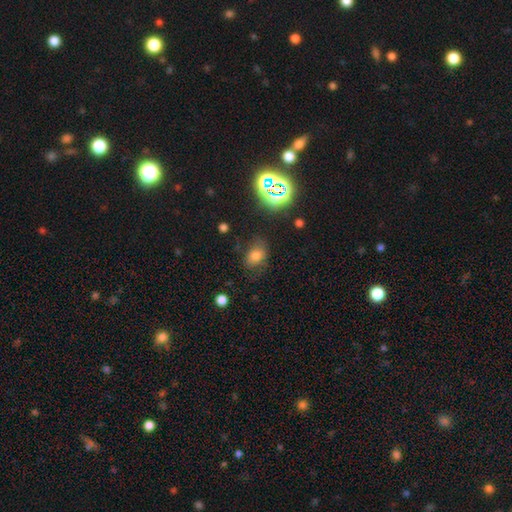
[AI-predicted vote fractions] This is likely a smooth galaxy (70%). How rounded: likely in between (72%). Merging: likely none (69%).